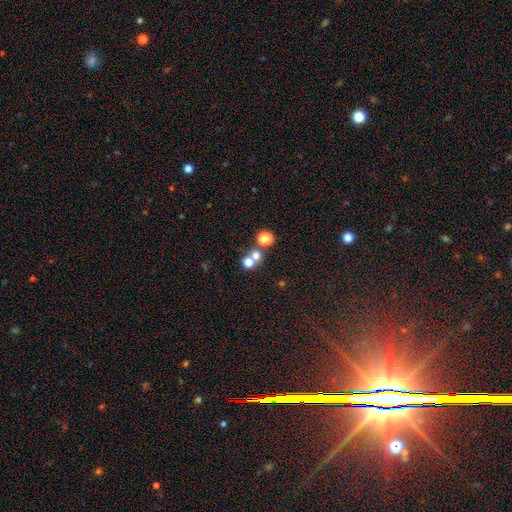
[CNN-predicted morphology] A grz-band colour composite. It shows a smooth galaxy with no disk features (68%) that is round (85%). Merging: none (51%).